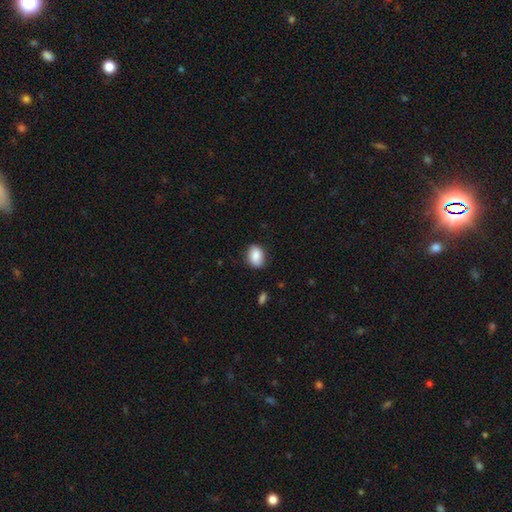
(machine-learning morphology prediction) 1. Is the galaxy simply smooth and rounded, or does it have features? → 85% smooth, 8% star or artifact, 7% featured or disk.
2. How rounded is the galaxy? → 73% in between, 26% round, 1% cigar-shaped.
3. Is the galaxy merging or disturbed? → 81% none, 15% minor disturbance, 3% major disturbance, 1% merger.